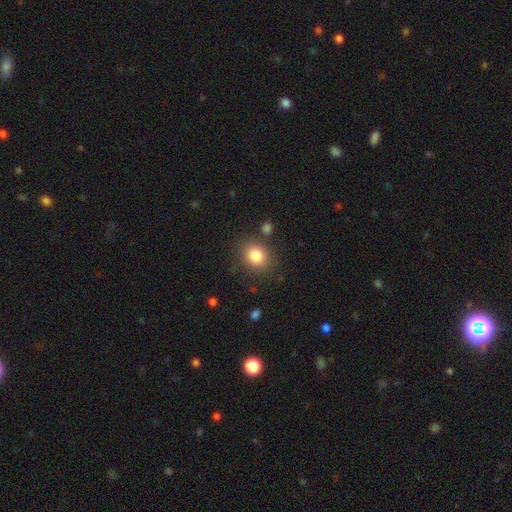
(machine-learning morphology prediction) Smooth or featured? Predicted: smooth (p=0.83). How rounded? Predicted: round (p=0.71). Merging? Predicted: none (p=0.83).